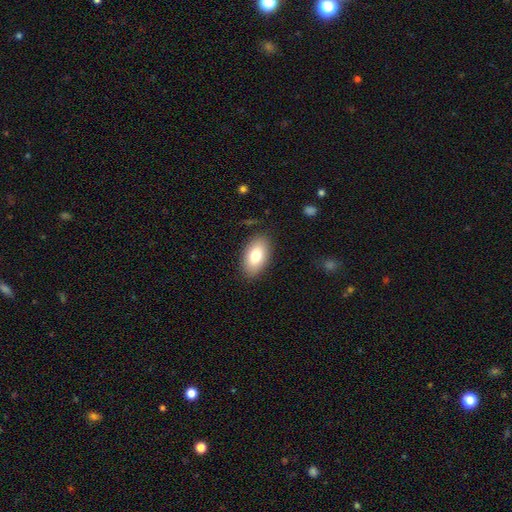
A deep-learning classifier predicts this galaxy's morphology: Smooth or featured? Predicted: smooth (p=0.79). How rounded? Predicted: in between (p=0.94). Merging? Predicted: none (p=0.86).